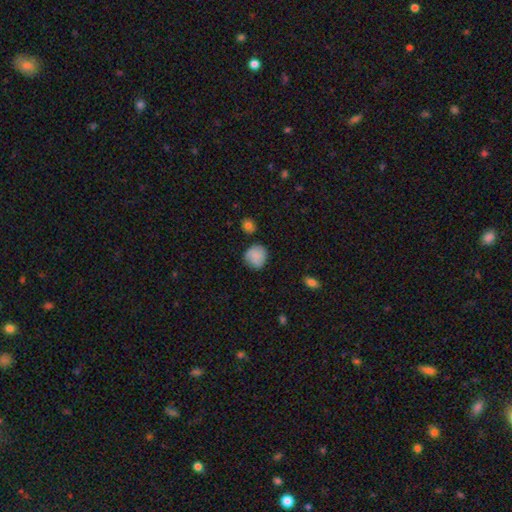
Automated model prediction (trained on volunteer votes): The model was most divided on "merging": none: 71%, minor disturbance: 21%, major disturbance: 5%, merger: 3%. More confident: how rounded — round (83%); smooth or featured — smooth (79%).